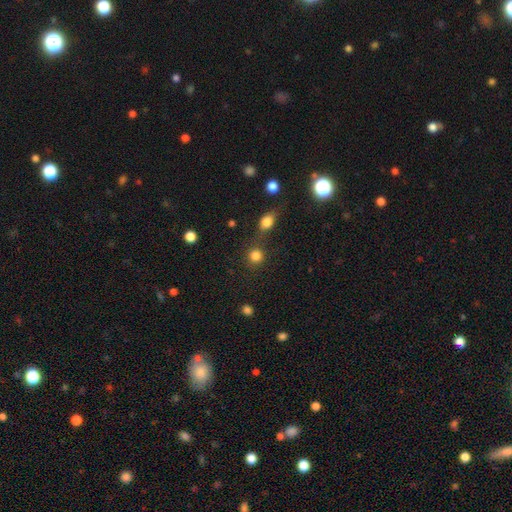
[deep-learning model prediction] Overall: smooth (83%). How rounded: round (90%). Merging: none (74%).